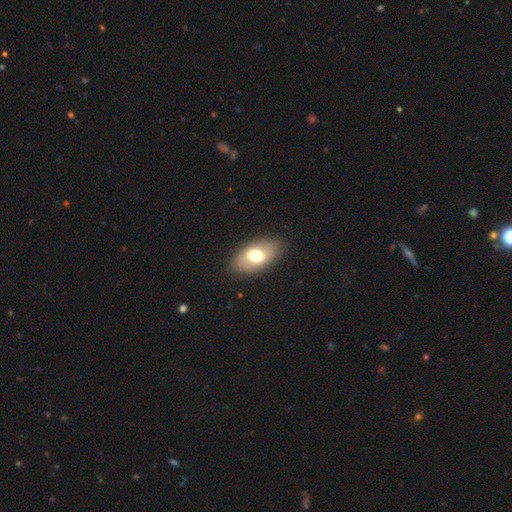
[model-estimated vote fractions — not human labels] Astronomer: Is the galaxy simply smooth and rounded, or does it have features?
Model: smooth — 64%.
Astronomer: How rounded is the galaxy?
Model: in between — 90%.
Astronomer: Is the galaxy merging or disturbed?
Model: none — 84%.